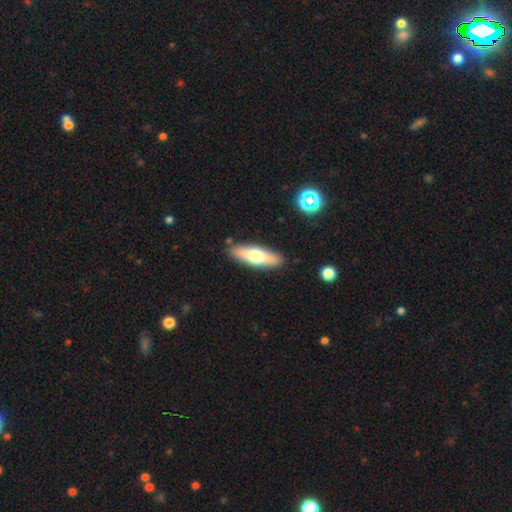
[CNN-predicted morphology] This appears to be a smooth galaxy with no disk features (58%) that is cigar-shaped (53%). Merging: none (88%).